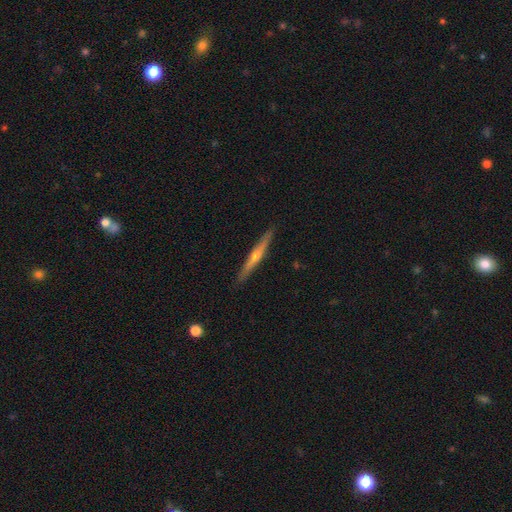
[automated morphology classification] Overall: featured or disk (68%). Edge-on disk: yes (97%). Edge-on bulge: rounded (79%). Merging: none (91%).